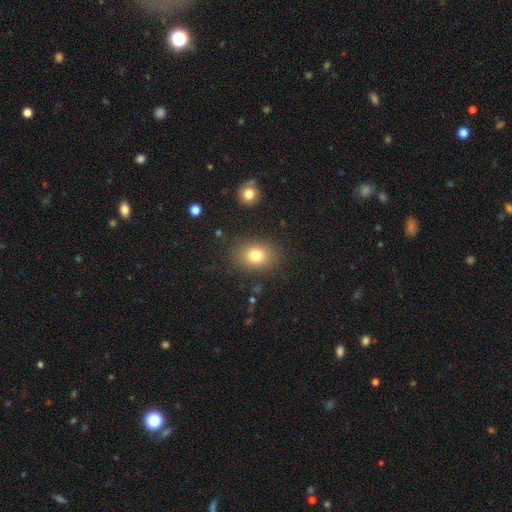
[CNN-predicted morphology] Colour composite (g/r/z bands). It shows a smooth galaxy with no disk features (79%) that is in between round and cigar-shaped (57%). Merging: none (84%).